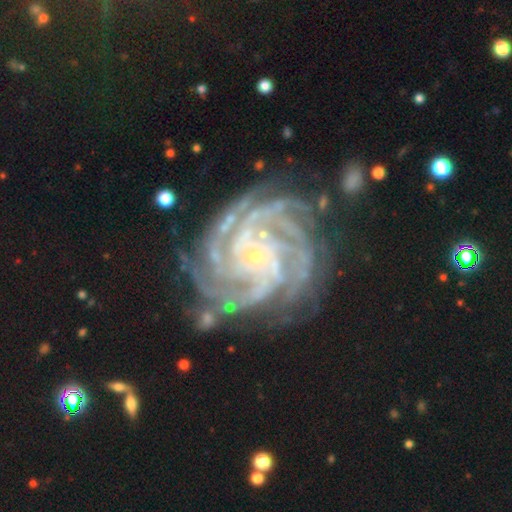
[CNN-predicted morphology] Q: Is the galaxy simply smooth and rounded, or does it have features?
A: featured or disk — 92%.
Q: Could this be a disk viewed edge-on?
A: no — 98%.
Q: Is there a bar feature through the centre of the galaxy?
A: no — 70%.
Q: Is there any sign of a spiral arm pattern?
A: yes — 99%.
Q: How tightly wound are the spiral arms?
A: tight — 75%.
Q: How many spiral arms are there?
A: more than 4 — 33%.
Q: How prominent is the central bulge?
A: small — 87%.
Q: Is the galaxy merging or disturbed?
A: none — 77%.